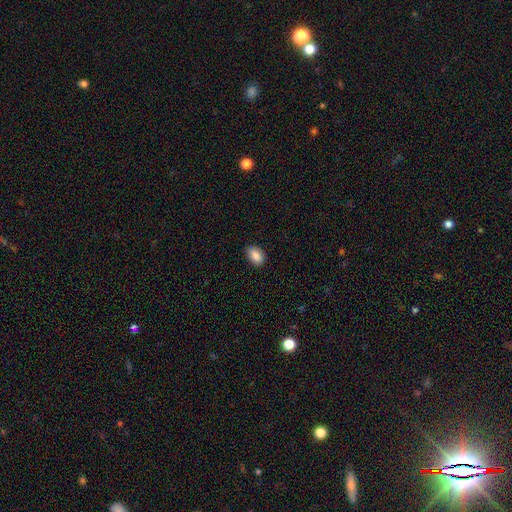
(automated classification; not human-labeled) The model was most divided on "how rounded": in between: 82%, round: 17%, cigar-shaped: 1%. More confident: smooth or featured — smooth (86%); merging — none (85%).